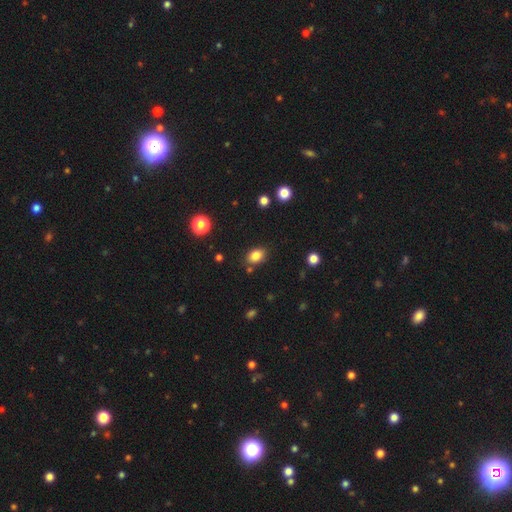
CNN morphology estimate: Smooth or featured?
  - smooth: 83% *
  - star or artifact: 11%
  - featured or disk: 6%
How rounded?
  - in between: 75% *
  - round: 24%
  - cigar-shaped: 1%
Merging?
  - none: 81% *
  - minor disturbance: 12%
  - merger: 4%
  - major disturbance: 3%